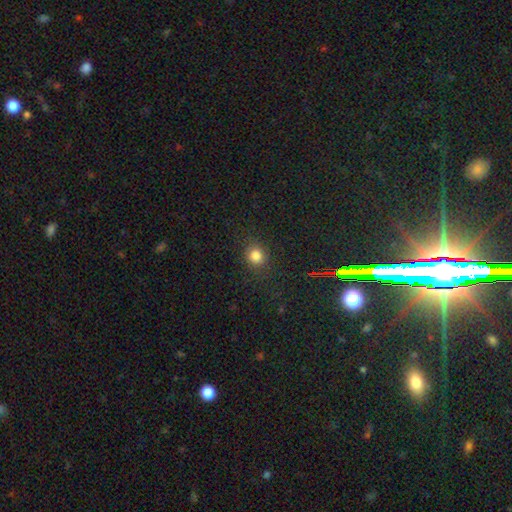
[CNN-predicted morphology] A smooth galaxy with no disk features (81%) that is round (79%).

Vote fractions:
- Smooth or featured? smooth: 81% / star or artifact: 14% / featured or disk: 5%
- How rounded? round: 79% / in between: 20% / cigar-shaped: 1%
- Merging? none: 85% / minor disturbance: 9% / major disturbance: 4% / merger: 1%